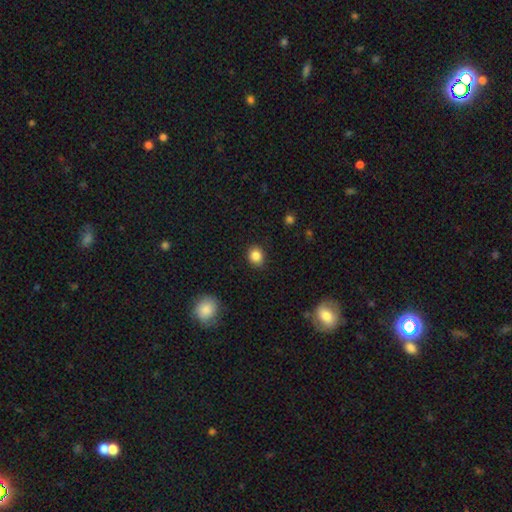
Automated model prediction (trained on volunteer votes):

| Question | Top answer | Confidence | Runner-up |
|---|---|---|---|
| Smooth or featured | smooth | 86% | star or artifact (10%) |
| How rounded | round | 68% | in between (31%) |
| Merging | none | 85% | minor disturbance (11%) |